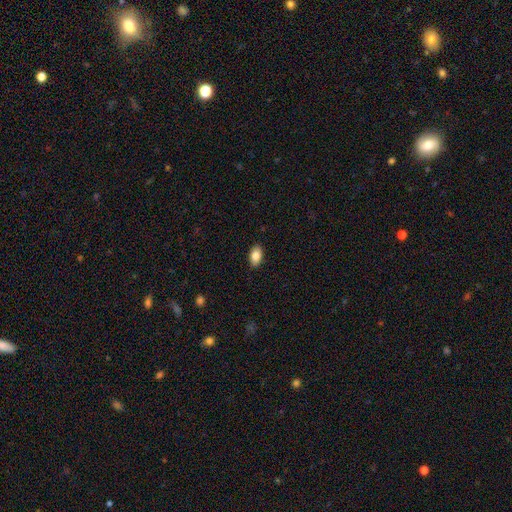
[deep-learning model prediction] Overall: smooth (85%). How rounded: in between (91%). Merging: none (89%).